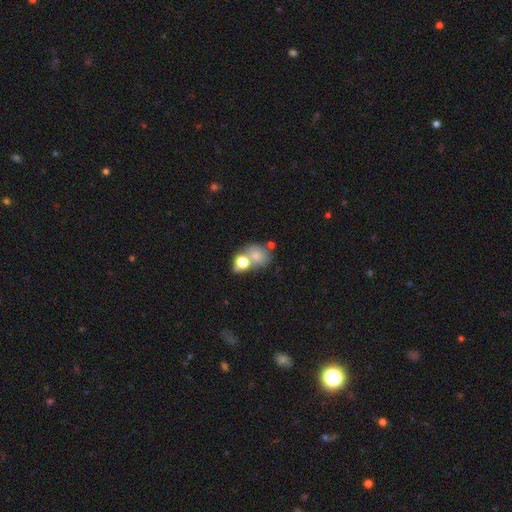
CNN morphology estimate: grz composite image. It shows a smooth galaxy with no disk features (71%) that is round (55%). Merging: none (40%, tied with merger).